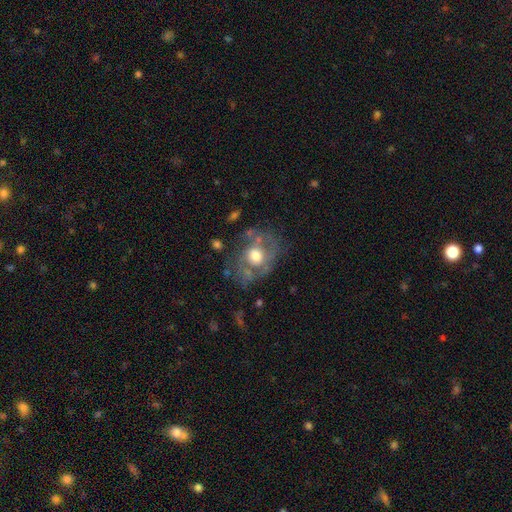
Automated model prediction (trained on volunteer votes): The model was most divided on "spiral arms": no: 52%, yes: 48%. More confident: edge-on disk — no (96%); bar — no (83%); bulge size — moderate (59%); smooth or featured — featured or disk (57%); merging — none (55%).